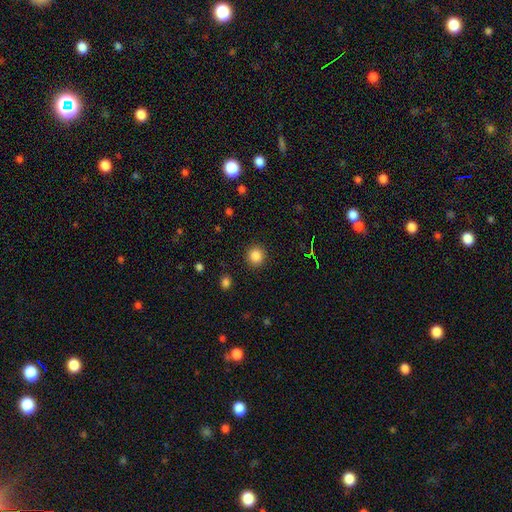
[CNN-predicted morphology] A smooth galaxy with no disk features (84%) that is round (91%).

Vote fractions:
- Smooth or featured? smooth: 84% / star or artifact: 12% / featured or disk: 4%
- How rounded? round: 91% / in between: 8% / cigar-shaped: 1%
- Merging? none: 90% / minor disturbance: 6% / major disturbance: 2% / merger: 1%